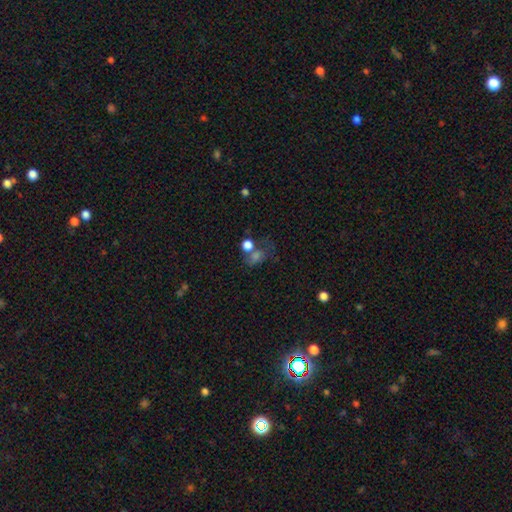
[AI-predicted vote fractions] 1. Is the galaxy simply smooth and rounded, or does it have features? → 49% smooth, 31% star or artifact, 20% featured or disk.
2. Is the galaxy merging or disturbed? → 40% none, 24% merger, 20% major disturbance, 16% minor disturbance.